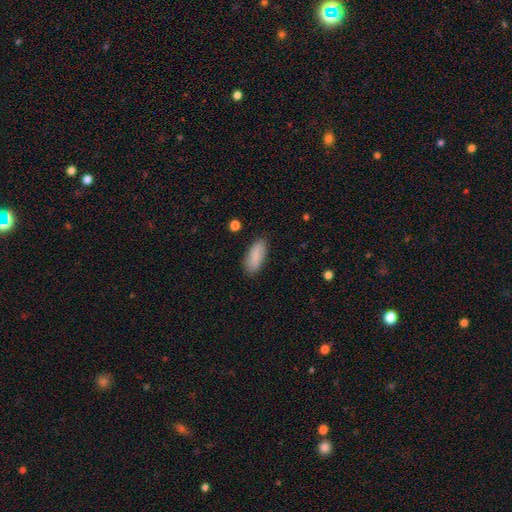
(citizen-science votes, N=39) Smooth or featured?
  - smooth: 85% *
  - featured or disk: 10%
  - star or artifact: 5%
How rounded?
  - in between: 79% *
  - cigar-shaped: 18%
  - round: 3%
Merging?
  - none: 76% *
  - minor disturbance: 22%
  - major disturbance: 3%
  - merger: 0%